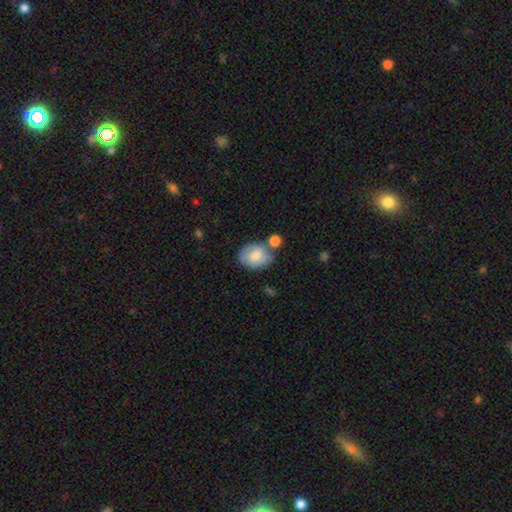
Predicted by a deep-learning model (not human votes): Smooth or featured: smooth — 65% (featured or disk — 28%)
How rounded: in between — 67% (round — 32%)
Merging: none — 51% (merger — 22%)